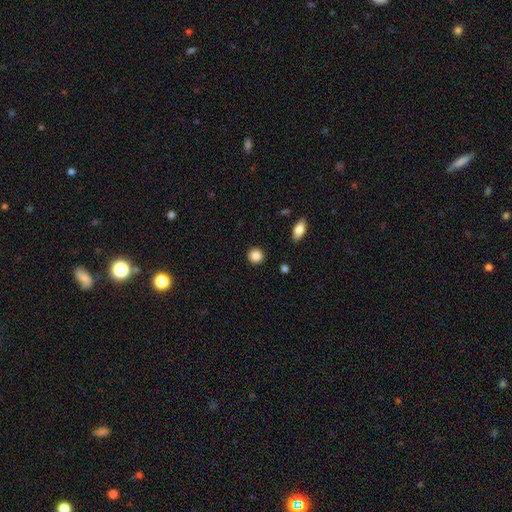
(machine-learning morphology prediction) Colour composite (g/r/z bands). It shows a smooth galaxy with no disk features (87%) that is round (92%). Merging: none (91%).